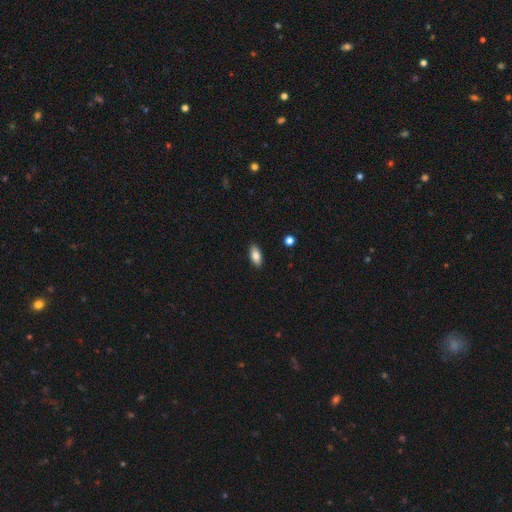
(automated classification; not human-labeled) This appears to be a smooth galaxy with no disk features (80%) that is in between round and cigar-shaped (88%). Merging: none (89%).